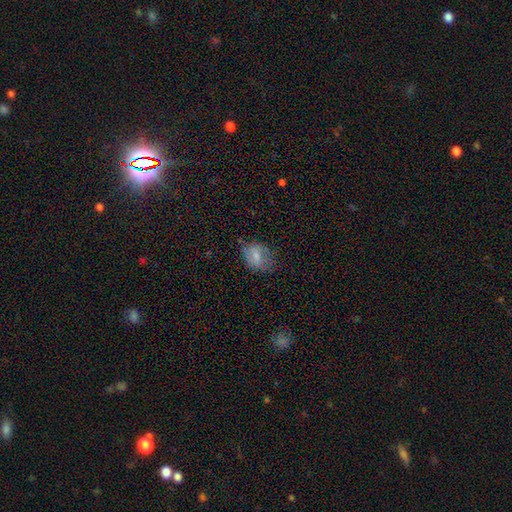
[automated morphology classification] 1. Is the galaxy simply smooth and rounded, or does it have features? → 64% smooth, 27% featured or disk, 9% star or artifact.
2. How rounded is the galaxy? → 72% in between, 27% round, 2% cigar-shaped.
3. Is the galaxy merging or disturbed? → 53% none, 31% minor disturbance, 13% major disturbance, 2% merger.